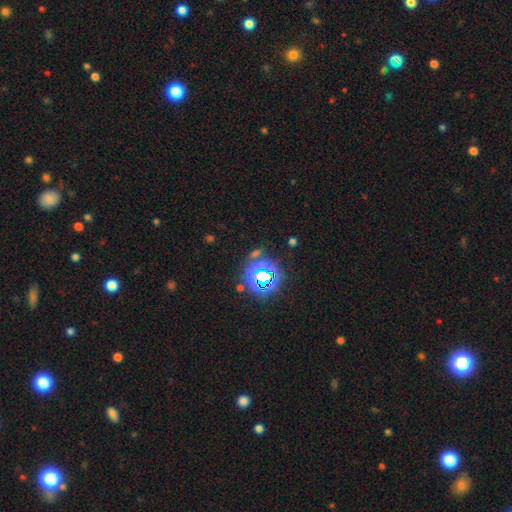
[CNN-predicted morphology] Smooth or featured: star or artifact — 76% (smooth — 16%)